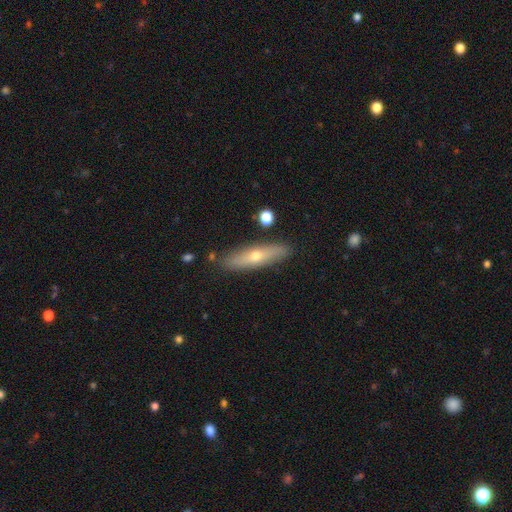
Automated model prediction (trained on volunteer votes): A featured or disk galaxy (47%). Merging: none (86%).